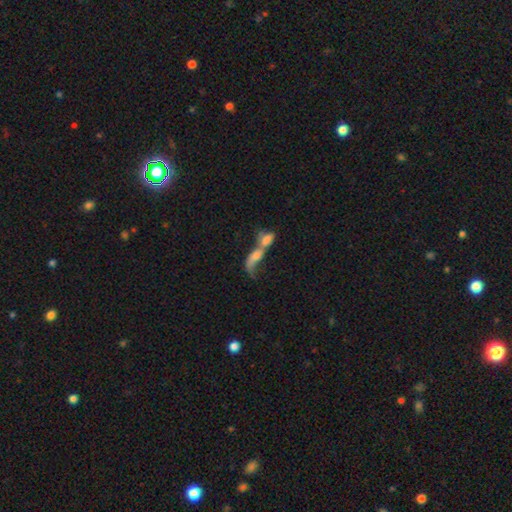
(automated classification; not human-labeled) Smooth or featured? Predicted: featured or disk (p=0.44). Merging? Predicted: merger (p=0.75).